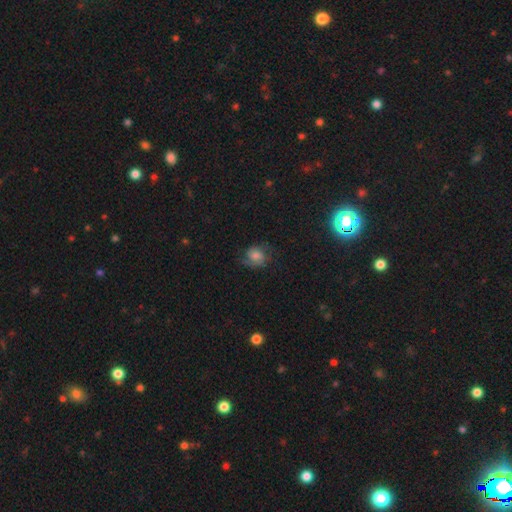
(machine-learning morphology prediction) This is possibly a featured or disk galaxy (46%). Merging: likely none (62%).